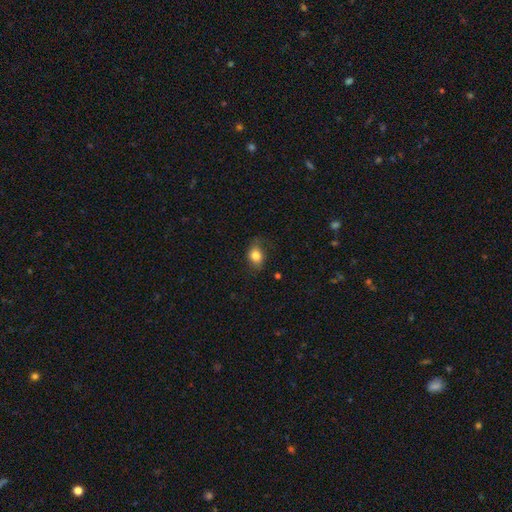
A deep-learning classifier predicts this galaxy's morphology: Smooth or featured?
  - smooth: 81% *
  - featured or disk: 10%
  - star or artifact: 9%
How rounded?
  - in between: 64% *
  - round: 34%
  - cigar-shaped: 2%
Merging?
  - none: 71% *
  - minor disturbance: 22%
  - major disturbance: 6%
  - merger: 1%